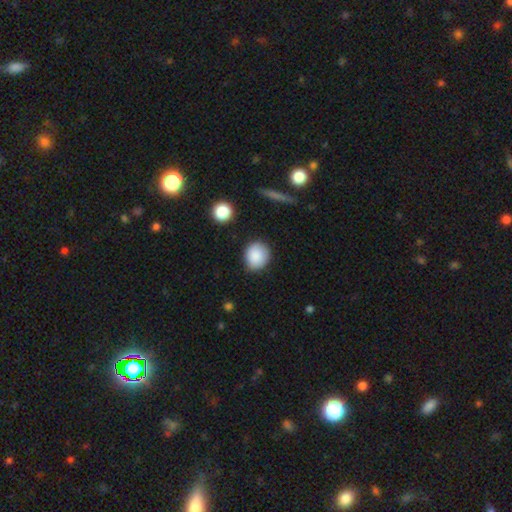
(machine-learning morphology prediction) smooth_or_featured: smooth (p=0.88) [alt: star or artifact p=0.08]
how_rounded: round (p=0.78) [alt: in between p=0.21]
merging: none (p=0.82) [alt: minor disturbance p=0.13]